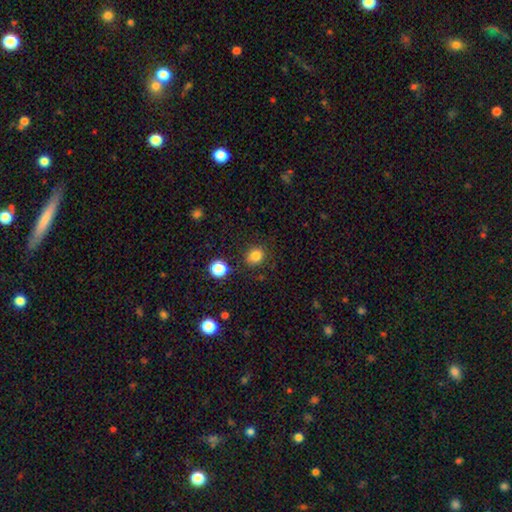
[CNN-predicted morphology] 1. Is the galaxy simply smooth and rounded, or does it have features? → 82% smooth, 13% star or artifact, 5% featured or disk.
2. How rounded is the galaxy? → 78% round, 21% in between, 1% cigar-shaped.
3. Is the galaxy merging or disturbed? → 85% none, 9% minor disturbance, 3% major disturbance, 3% merger.